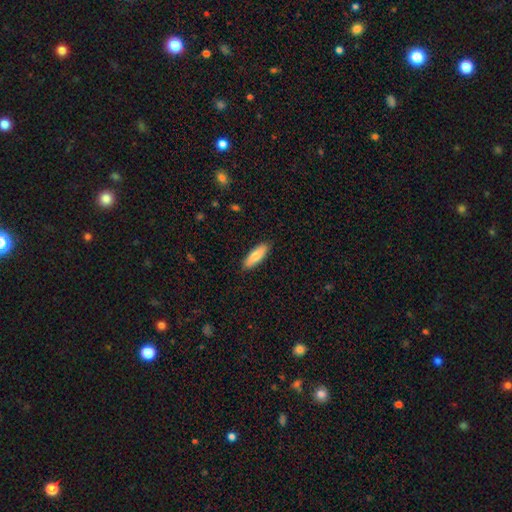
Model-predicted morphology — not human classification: The model was most divided on "how rounded": in between: 55%, cigar-shaped: 43%, round: 2%. More confident: merging — none (89%); smooth or featured — smooth (80%).